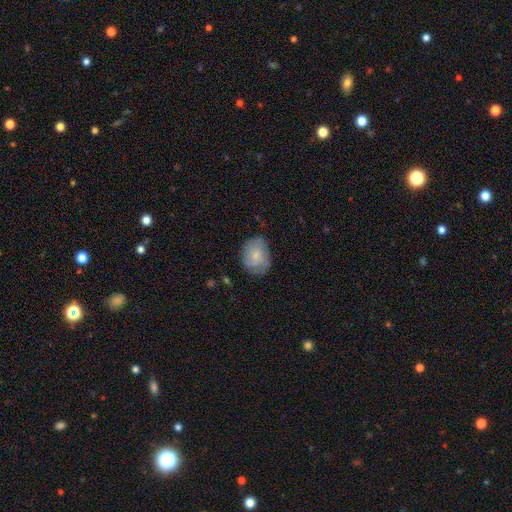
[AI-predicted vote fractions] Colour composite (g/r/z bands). It shows a smooth galaxy with no disk features (70%) that is in between round and cigar-shaped (56%). Merging: none (68%).